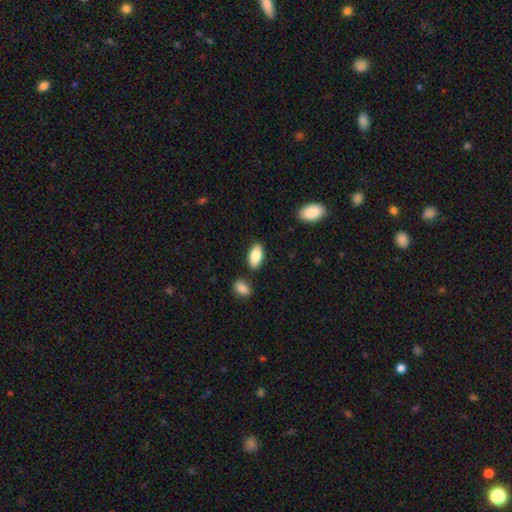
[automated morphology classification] Smooth or featured? smooth (84%)
How rounded? in between (91%)
Merging? none (82%)